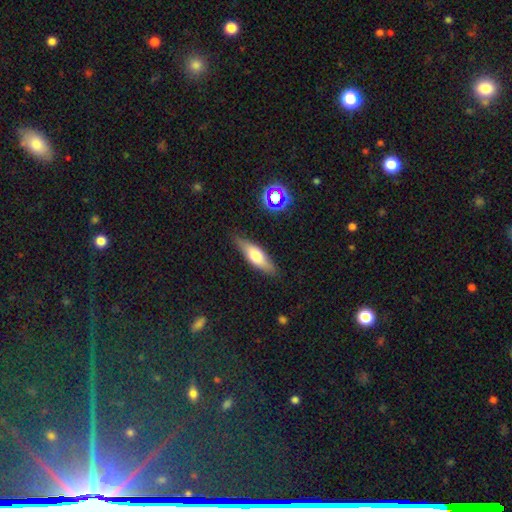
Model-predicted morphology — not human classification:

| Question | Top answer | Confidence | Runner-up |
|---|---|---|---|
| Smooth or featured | smooth | 56% | featured or disk (36%) |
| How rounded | in between | 50% | cigar-shaped (48%) |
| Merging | none | 84% | minor disturbance (12%) |